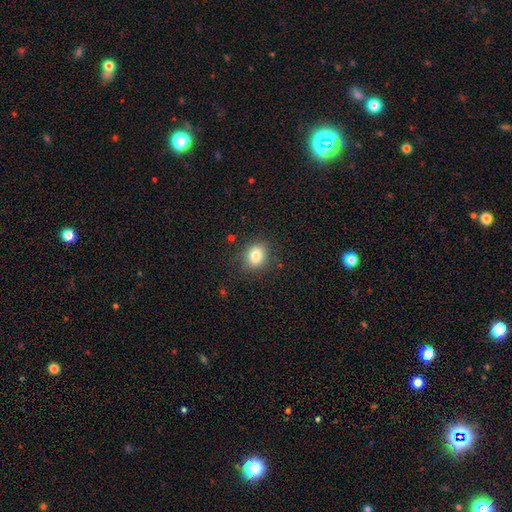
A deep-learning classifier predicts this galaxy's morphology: Overall: smooth (81%). How rounded: round (59%; in between 40%). Merging: none (84%).